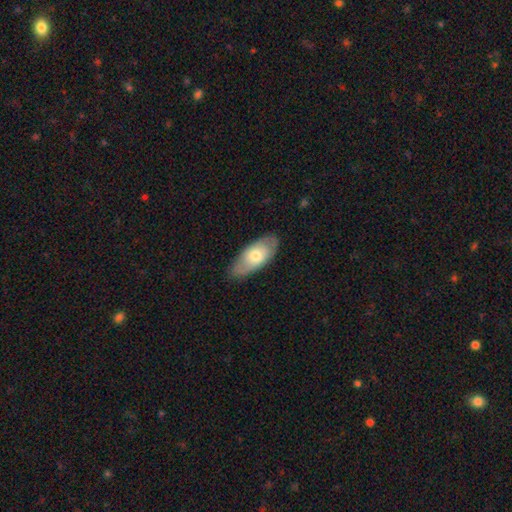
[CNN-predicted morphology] Q: Smooth or featured?
A: smooth (60%); runner-up: featured or disk (35%)
Q: How rounded?
A: in between (88%); runner-up: cigar-shaped (9%)
Q: Merging?
A: none (79%); runner-up: minor disturbance (16%)